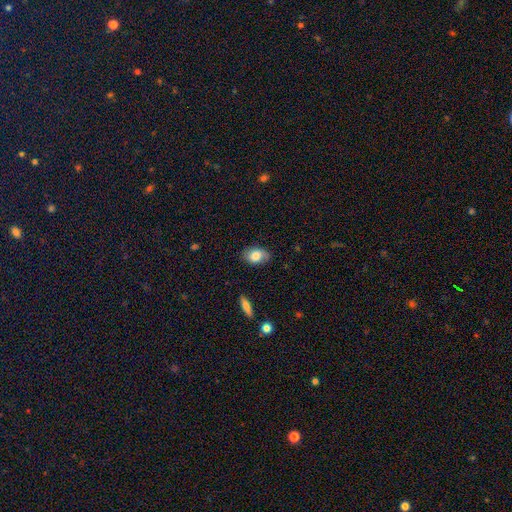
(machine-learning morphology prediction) Smooth or featured? smooth (77%)
How rounded? in between (85%)
Merging? none (80%)